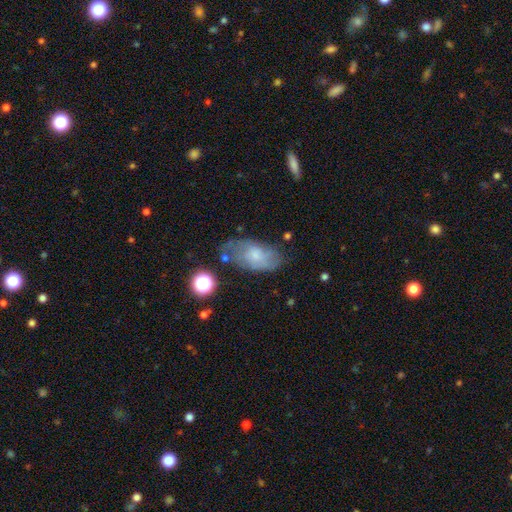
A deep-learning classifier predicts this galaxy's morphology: type=smooth (54%); roundness=in between (91%); merging=none (55%).